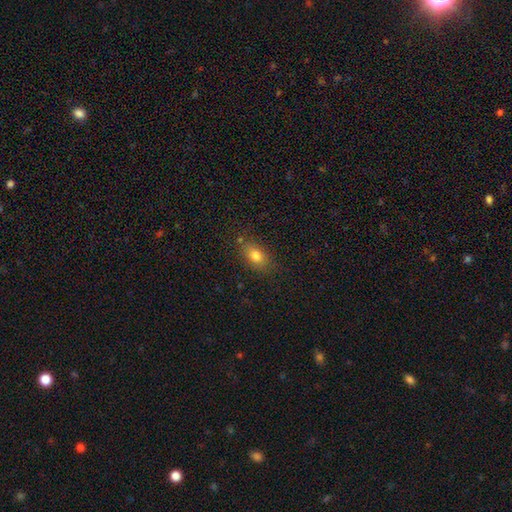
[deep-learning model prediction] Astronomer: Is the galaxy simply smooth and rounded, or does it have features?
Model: smooth — 79%.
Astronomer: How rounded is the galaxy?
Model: in between — 80%.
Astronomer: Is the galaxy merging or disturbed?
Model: none — 78%.